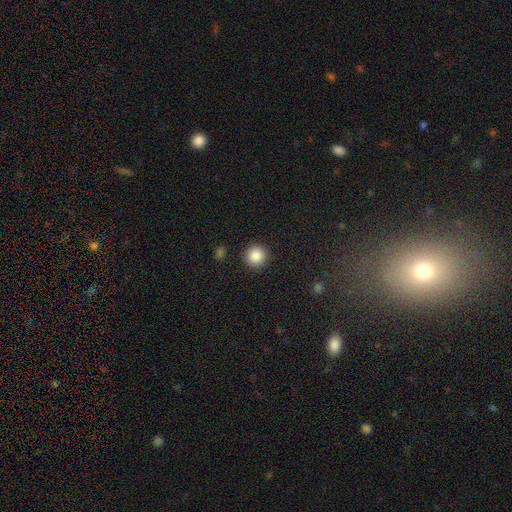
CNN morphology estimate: The model was most divided on "smooth or featured": smooth: 87%, star or artifact: 9%, featured or disk: 4%. More confident: how rounded — round (95%); merging — none (91%).